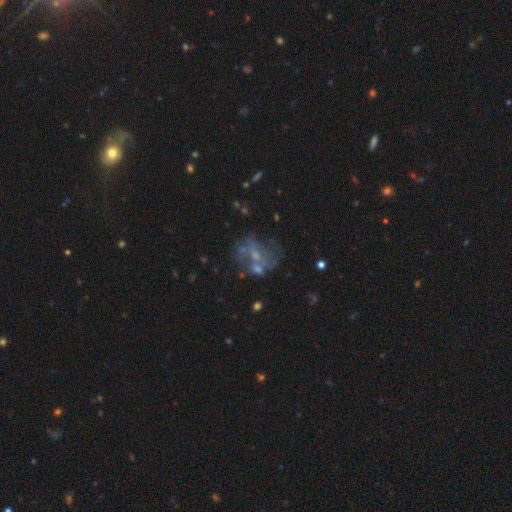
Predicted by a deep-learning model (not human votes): smooth_or_featured: featured or disk (p=0.59) [alt: smooth p=0.22]
disk_edge_on: no (p=0.97) [alt: yes p=0.03]
bar: no (p=0.71) [alt: weak p=0.23]
has_spiral_arms: no (p=0.64) [alt: yes p=0.36]
bulge_size: small (p=0.44) [alt: moderate p=0.28]
merging: none (p=0.43) [alt: major disturbance p=0.22]